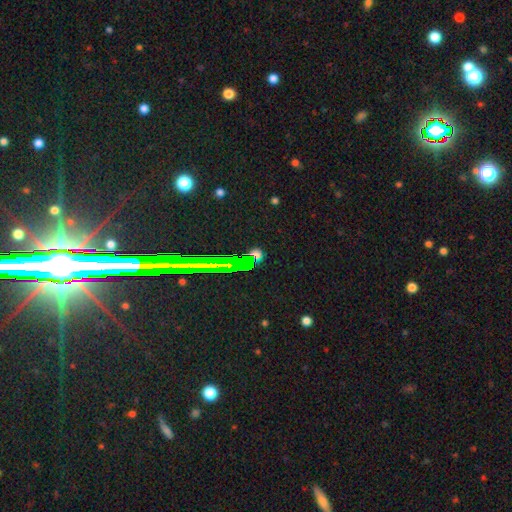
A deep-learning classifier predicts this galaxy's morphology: Q: Smooth or featured?
A: star or artifact (62%); runner-up: smooth (27%)